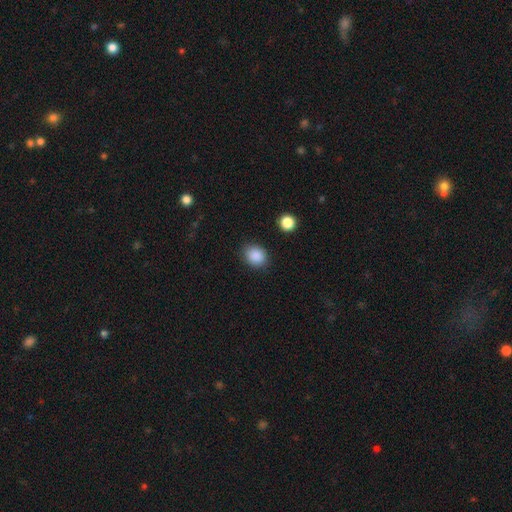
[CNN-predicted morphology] Smooth or featured? smooth (88%)
How rounded? round (54%)
Merging? none (84%)